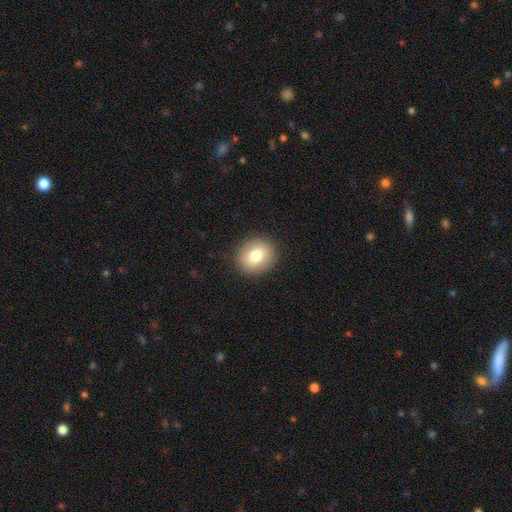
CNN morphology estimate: A smooth galaxy with no disk features (77%) that is round (76%). Merging: none (90%).